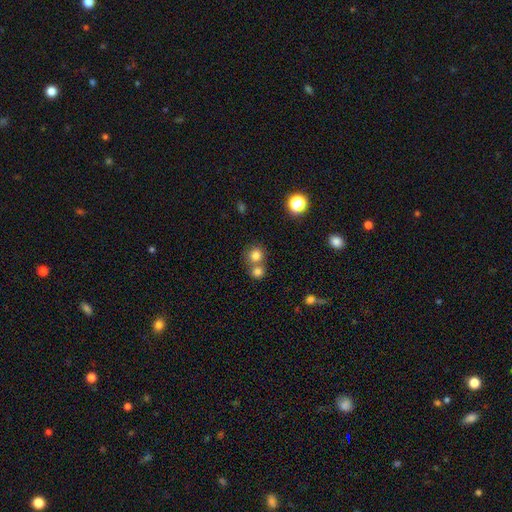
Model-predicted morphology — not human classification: type=smooth (79%); roundness=round (87%); merging=none (50%).